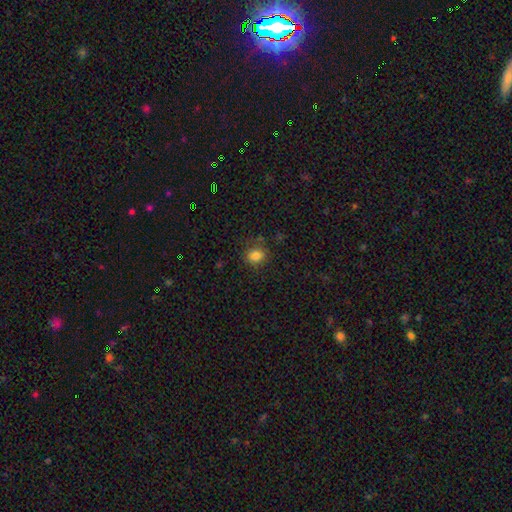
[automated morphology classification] Smooth or featured? Predicted: smooth (p=0.83). How rounded? Predicted: round (p=0.63). Merging? Predicted: none (p=0.80).